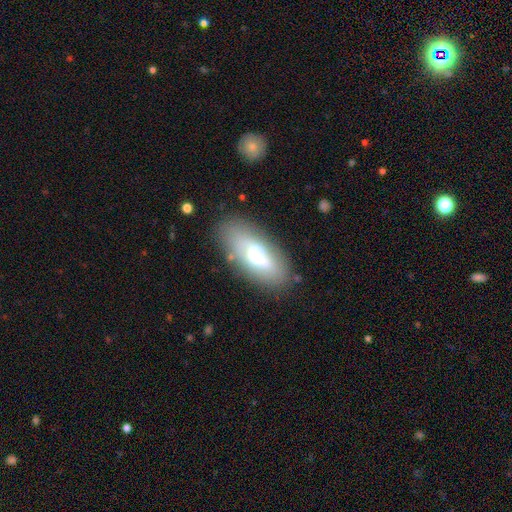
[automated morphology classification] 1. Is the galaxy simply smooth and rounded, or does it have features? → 60% smooth, 32% featured or disk, 8% star or artifact.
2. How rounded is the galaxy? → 83% in between, 15% cigar-shaped, 2% round.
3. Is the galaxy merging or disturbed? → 74% none, 17% minor disturbance, 6% major disturbance, 3% merger.